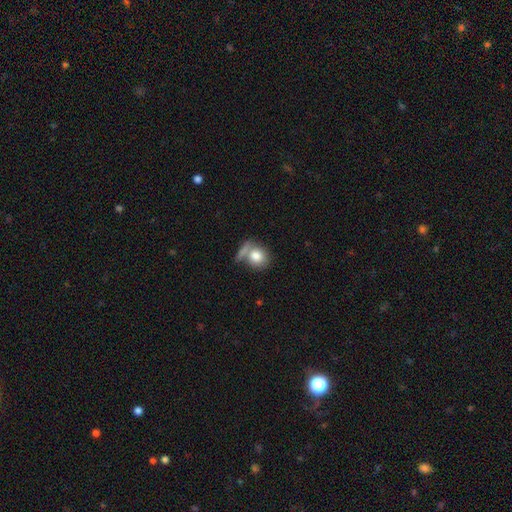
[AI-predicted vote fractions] This is likely a smooth galaxy (80%). How rounded: likely round (68%). Merging: marginally none (45%).